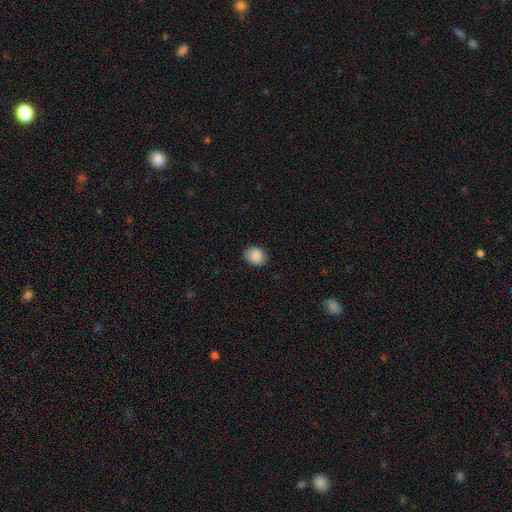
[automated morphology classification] Q: Smooth or featured?
A: smooth (89%); runner-up: star or artifact (8%)
Q: How rounded?
A: round (55%); runner-up: in between (44%)
Q: Merging?
A: none (87%); runner-up: minor disturbance (10%)